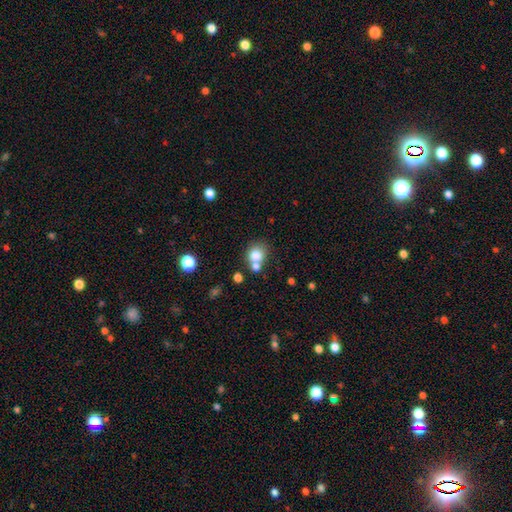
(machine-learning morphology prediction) Q: Smooth or featured?
A: smooth (78%); runner-up: star or artifact (11%)
Q: How rounded?
A: round (77%); runner-up: in between (22%)
Q: Merging?
A: none (52%); runner-up: merger (34%)